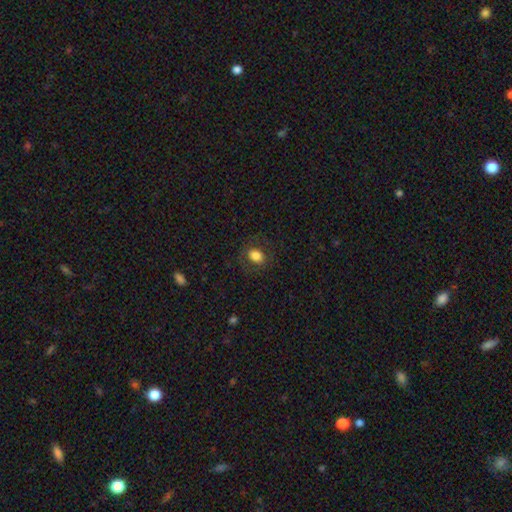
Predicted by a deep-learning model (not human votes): smooth_or_featured: smooth (p=0.78) [alt: featured or disk p=0.12]
how_rounded: in between (p=0.63) [alt: round p=0.36]
merging: none (p=0.81) [alt: minor disturbance p=0.11]